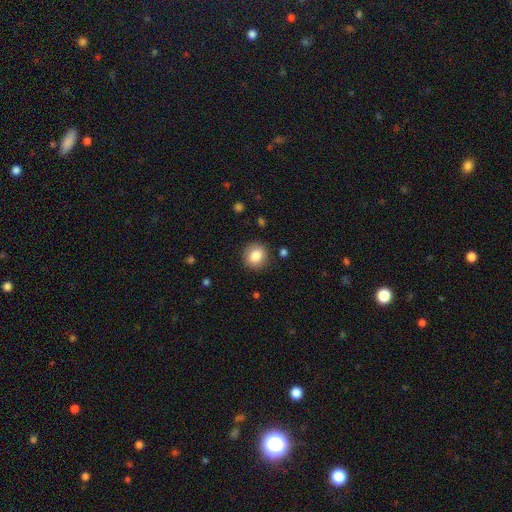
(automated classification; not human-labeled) Smooth or featured? Predicted: smooth (p=0.84). How rounded? Predicted: round (p=0.80). Merging? Predicted: none (p=0.88).